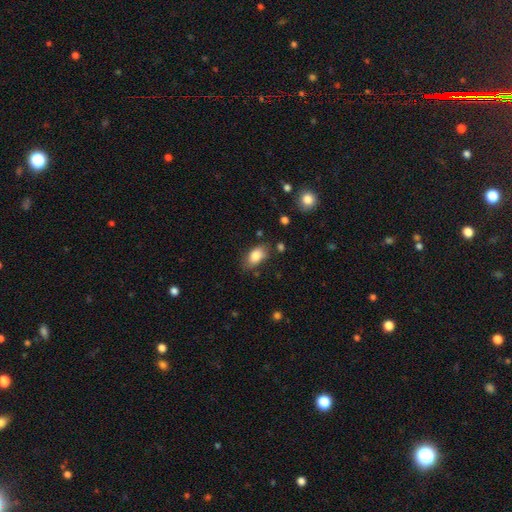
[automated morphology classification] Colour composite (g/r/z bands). It shows a smooth galaxy with no disk features (83%) that is in between round and cigar-shaped (89%). Merging: none (75%).